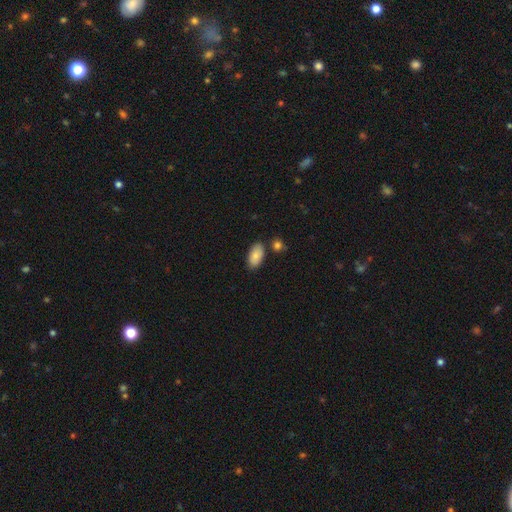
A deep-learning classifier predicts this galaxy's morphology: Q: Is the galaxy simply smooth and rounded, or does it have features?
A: smooth — 83%.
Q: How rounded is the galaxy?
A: in between — 95%.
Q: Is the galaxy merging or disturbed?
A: none — 80%.